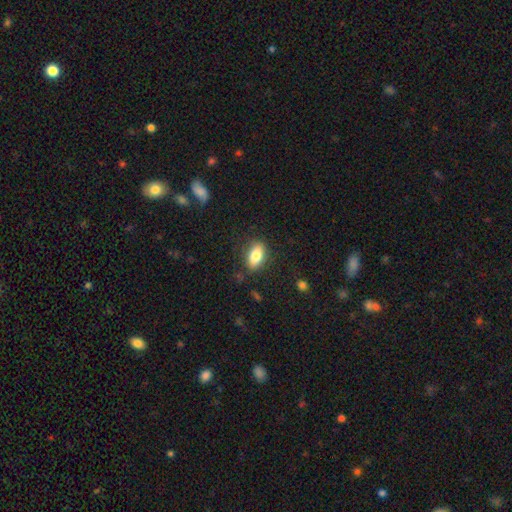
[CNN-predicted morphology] Overall: smooth (81%). How rounded: in between (87%). Merging: none (82%).